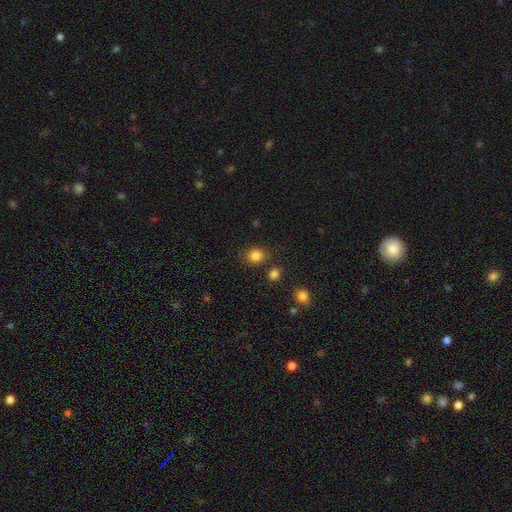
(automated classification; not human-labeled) A smooth galaxy with no disk features (83%) that is round (67%).

Vote fractions:
- Smooth or featured? smooth: 83% / star or artifact: 12% / featured or disk: 5%
- How rounded? round: 67% / in between: 32% / cigar-shaped: 1%
- Merging? none: 79% / minor disturbance: 11% / merger: 7% / major disturbance: 3%